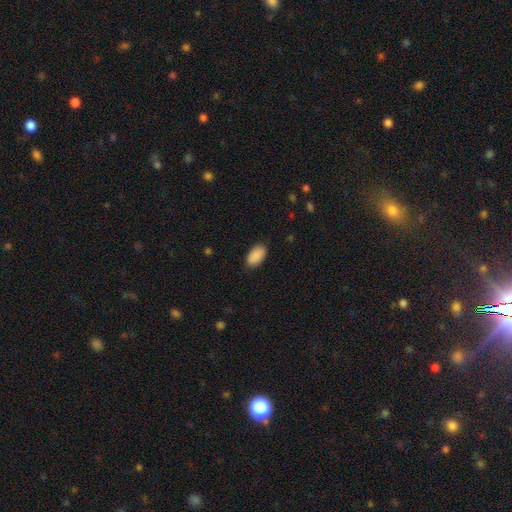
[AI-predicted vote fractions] smooth 90%, star or artifact 6%, featured or disk 3%. Down the decision tree: how rounded — in between (95%); merging — none (86%).